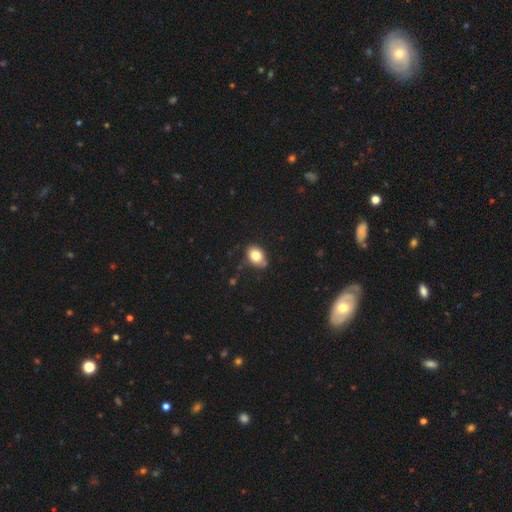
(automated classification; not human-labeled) Smooth or featured? smooth (81%)
How rounded? in between (68%)
Merging? none (72%)